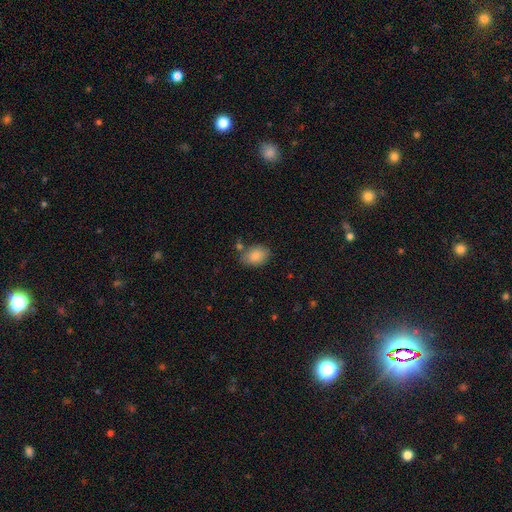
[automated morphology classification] smooth 85%, star or artifact 8%, featured or disk 7%. Down the decision tree: how rounded — in between (79%); merging — none (73%).